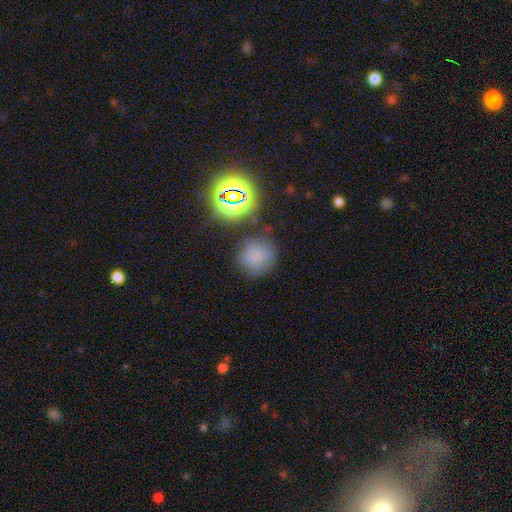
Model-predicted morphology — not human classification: Smooth or featured? Predicted: smooth (p=0.67). How rounded? Predicted: round (p=0.88). Merging? Predicted: none (p=0.72).